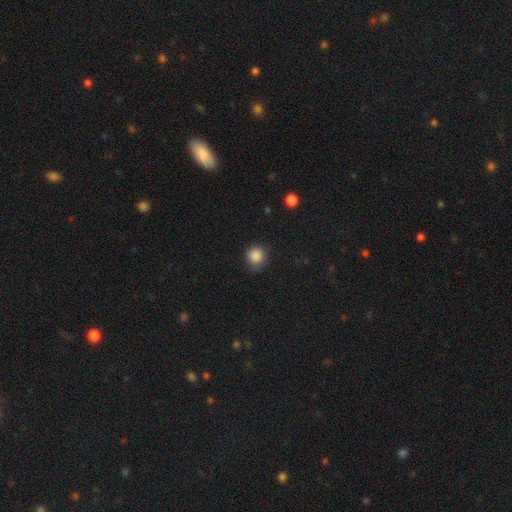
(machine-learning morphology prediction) smooth_or_featured: smooth (p=0.87) [alt: star or artifact p=0.10]
how_rounded: round (p=0.90) [alt: in between p=0.09]
merging: none (p=0.81) [alt: minor disturbance p=0.14]